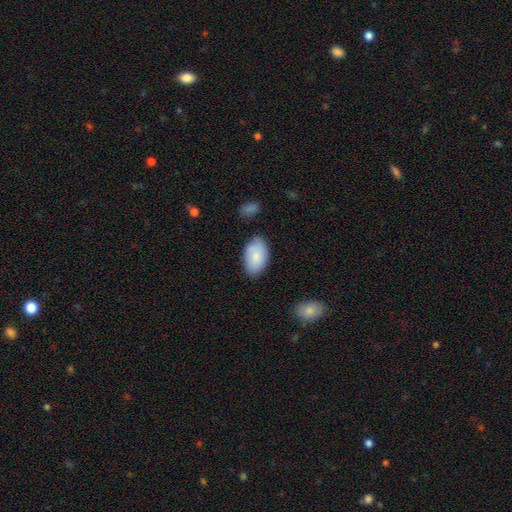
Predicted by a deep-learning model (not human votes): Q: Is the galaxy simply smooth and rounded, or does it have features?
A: smooth — 82%.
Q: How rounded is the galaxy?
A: in between — 93%.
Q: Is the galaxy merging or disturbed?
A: none — 72%.